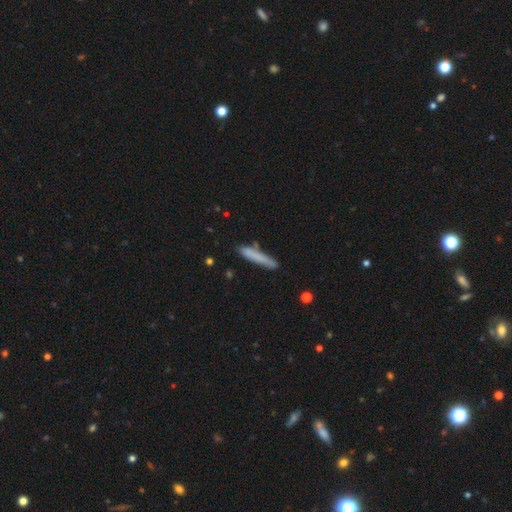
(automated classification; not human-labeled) This appears to be a smooth galaxy with no disk features (76%) that is cigar-shaped (93%). Merging: none (77%).